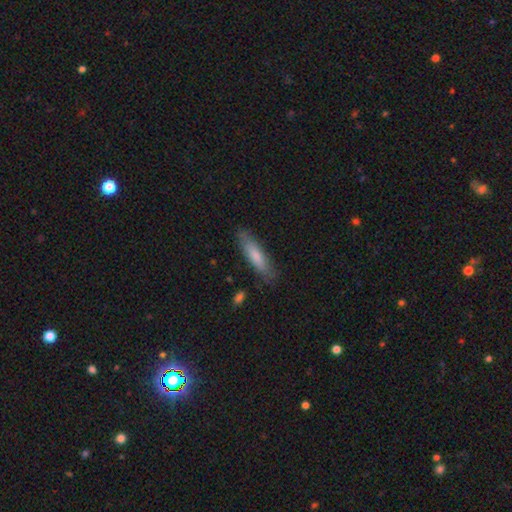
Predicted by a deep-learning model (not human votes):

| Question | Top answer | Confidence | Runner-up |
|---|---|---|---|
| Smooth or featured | smooth | 75% | featured or disk (20%) |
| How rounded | cigar-shaped | 71% | in between (27%) |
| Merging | none | 82% | minor disturbance (14%) |